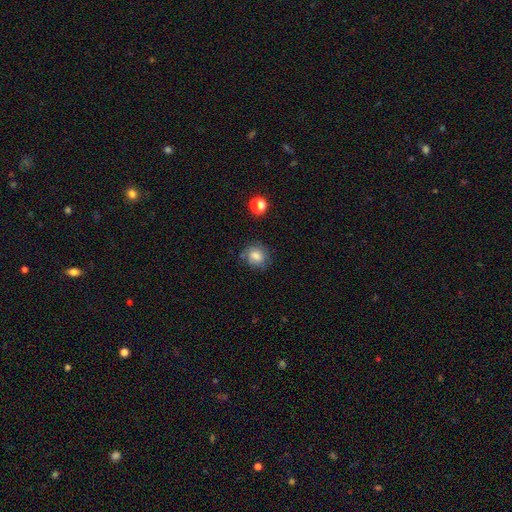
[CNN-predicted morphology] A smooth galaxy with no disk features (74%) that is round (70%).

Vote fractions:
- Smooth or featured? smooth: 74% / featured or disk: 15% / star or artifact: 11%
- How rounded? round: 70% / in between: 29% / cigar-shaped: 1%
- Merging? none: 69% / minor disturbance: 21% / major disturbance: 7% / merger: 3%